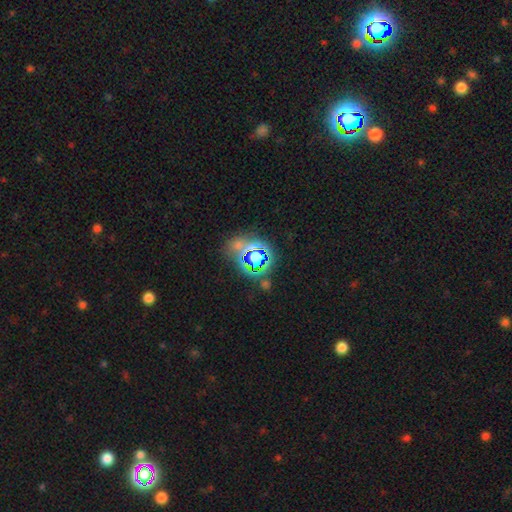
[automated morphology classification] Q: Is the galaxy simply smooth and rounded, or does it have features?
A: star or artifact — 71%.